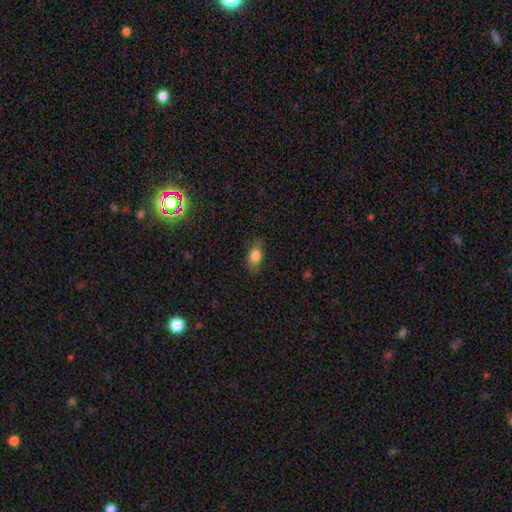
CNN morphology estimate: This appears to be a smooth galaxy with no disk features (76%) that is in between round and cigar-shaped (79%). Merging: none (84%).